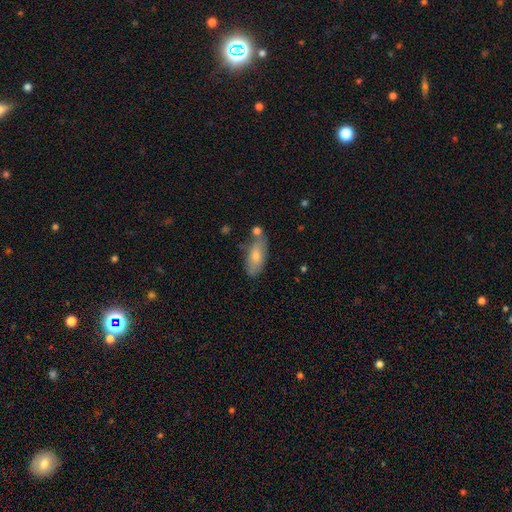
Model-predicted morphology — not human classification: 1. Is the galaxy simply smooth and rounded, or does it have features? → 65% smooth, 26% featured or disk, 8% star or artifact.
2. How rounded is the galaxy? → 80% in between, 17% cigar-shaped, 3% round.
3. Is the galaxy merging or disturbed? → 66% none, 20% minor disturbance, 10% merger, 5% major disturbance.